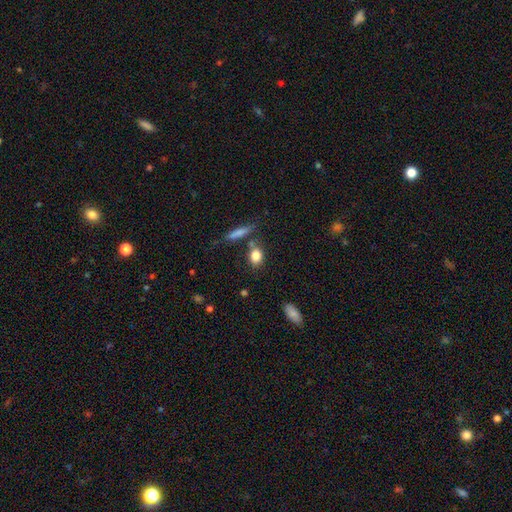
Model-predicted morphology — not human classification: Smooth or featured: smooth — 83% (star or artifact — 9%)
How rounded: in between — 62% (round — 32%)
Merging: none — 68% (minor disturbance — 15%)